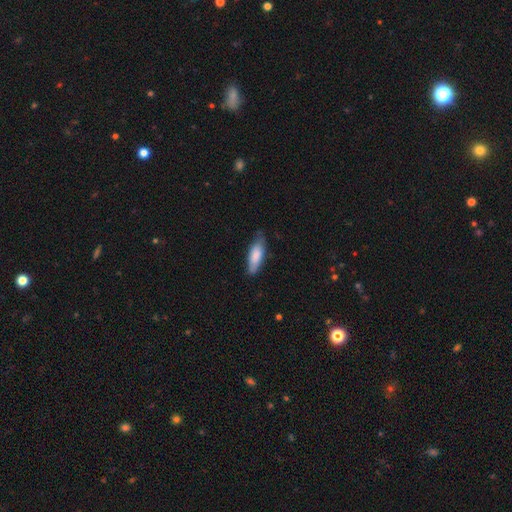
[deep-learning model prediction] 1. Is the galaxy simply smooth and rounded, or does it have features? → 79% smooth, 16% featured or disk, 5% star or artifact.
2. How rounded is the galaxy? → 61% in between, 38% cigar-shaped, 2% round.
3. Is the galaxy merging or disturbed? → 69% none, 25% minor disturbance, 4% major disturbance, 1% merger.